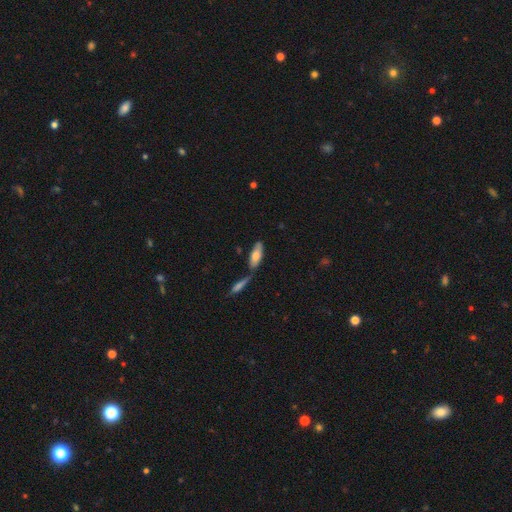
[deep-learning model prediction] A smooth galaxy with no disk features (70%) that is in between round and cigar-shaped (63%). Merging: none (58%).